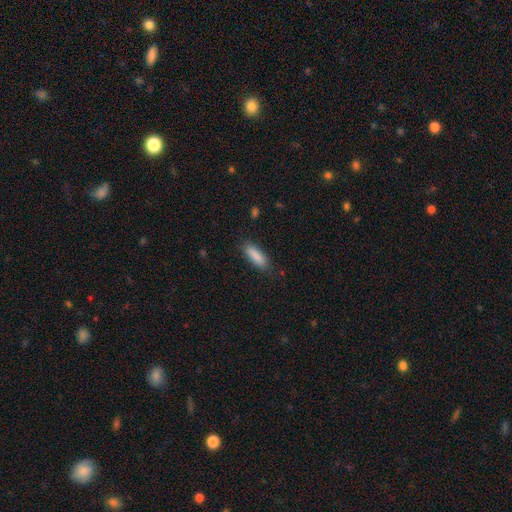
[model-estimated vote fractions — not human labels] A smooth galaxy with no disk features (87%) that is cigar-shaped (58%). Merging: none (85%).